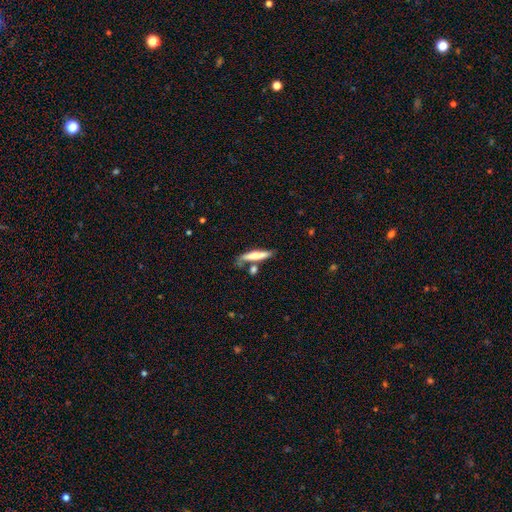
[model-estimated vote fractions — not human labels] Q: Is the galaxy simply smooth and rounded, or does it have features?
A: smooth — 59%.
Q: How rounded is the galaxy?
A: cigar-shaped — 85%.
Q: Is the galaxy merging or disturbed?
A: none — 63%.